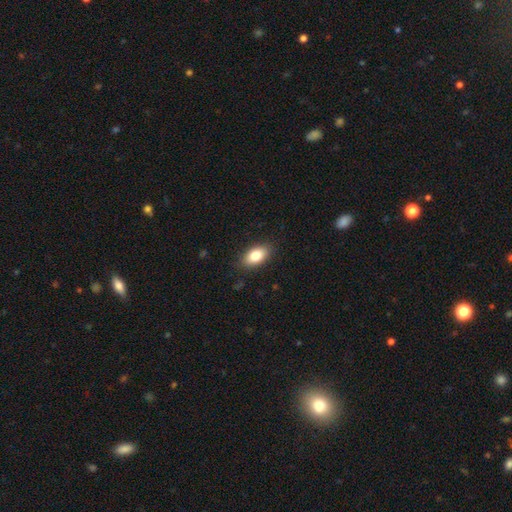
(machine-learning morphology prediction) A smooth galaxy with no disk features (82%) that is in between round and cigar-shaped (91%).

Vote fractions:
- Smooth or featured? smooth: 82% / featured or disk: 10% / star or artifact: 7%
- How rounded? in between: 91% / round: 6% / cigar-shaped: 3%
- Merging? none: 87% / minor disturbance: 10% / major disturbance: 2% / merger: 1%